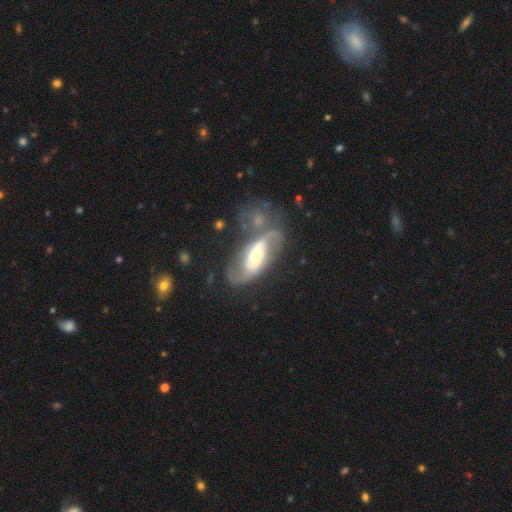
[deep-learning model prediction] The model was most divided on "spiral winding": medium: 41%, loose: 35%, tight: 24%. Remaining: edge-on disk — no (91%); spiral arms — yes (80%); spiral arm count — 2 (78%); smooth or featured — featured or disk (77%); bulge size — moderate (57%); bar — no (49%); merging — none (47%).